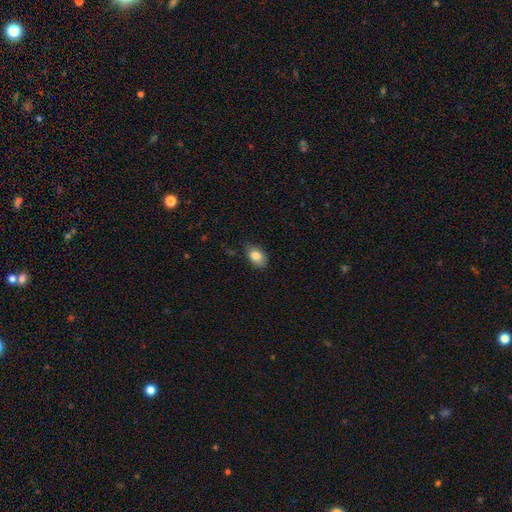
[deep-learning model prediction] smooth 84%, featured or disk 8%, star or artifact 8%. Down the decision tree: how rounded — in between (84%); merging — none (77%).